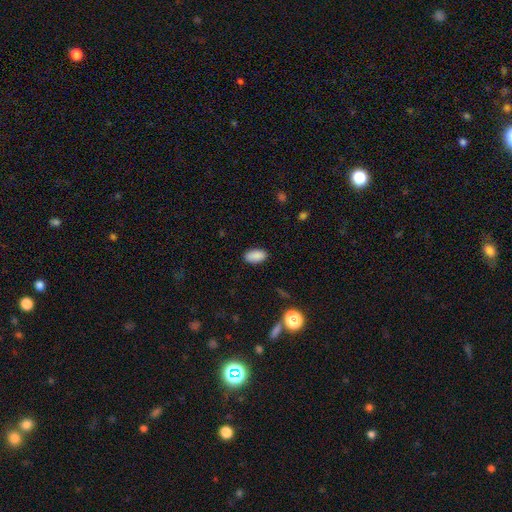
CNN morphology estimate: smooth-or-featured: smooth: 88% | star or artifact: 8% | featured or disk: 3%
  how-rounded: in between: 94% | round: 4% | cigar-shaped: 3%
  merging: none: 87% | minor disturbance: 9% | major disturbance: 2% | merger: 1%